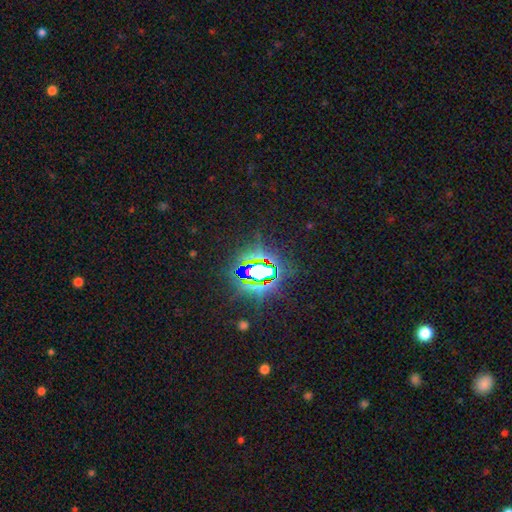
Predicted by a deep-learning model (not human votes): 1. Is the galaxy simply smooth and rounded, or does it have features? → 86% star or artifact, 8% smooth, 6% featured or disk.